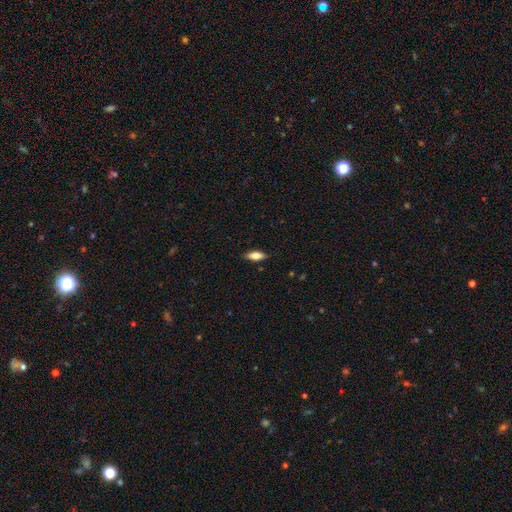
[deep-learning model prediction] A smooth galaxy with no disk features (78%) that is in between round and cigar-shaped (78%).

Vote fractions:
- Smooth or featured? smooth: 78% / featured or disk: 15% / star or artifact: 7%
- How rounded? in between: 78% / cigar-shaped: 19% / round: 2%
- Merging? none: 86% / minor disturbance: 11% / major disturbance: 2% / merger: 1%